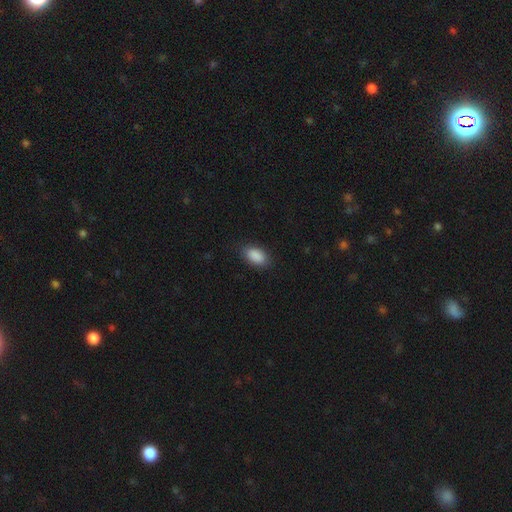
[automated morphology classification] type=smooth (90%); roundness=in between (93%); merging=none (85%).